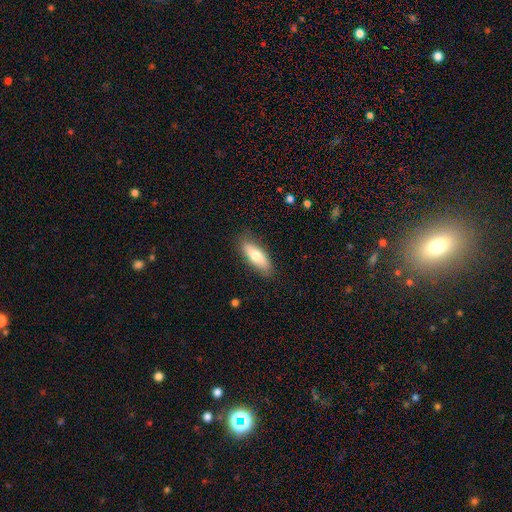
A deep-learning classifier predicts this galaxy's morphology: This appears to be a smooth galaxy with no disk features (69%) that is in between round and cigar-shaped (65%). Merging: none (83%).